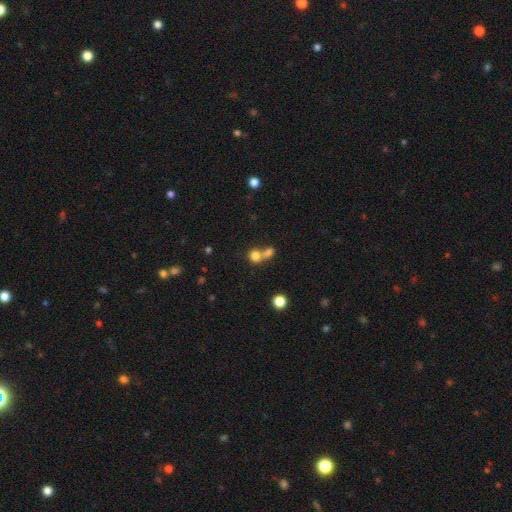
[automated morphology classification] A smooth galaxy with no disk features (76%) that is round (77%). Merging: merger (60%).